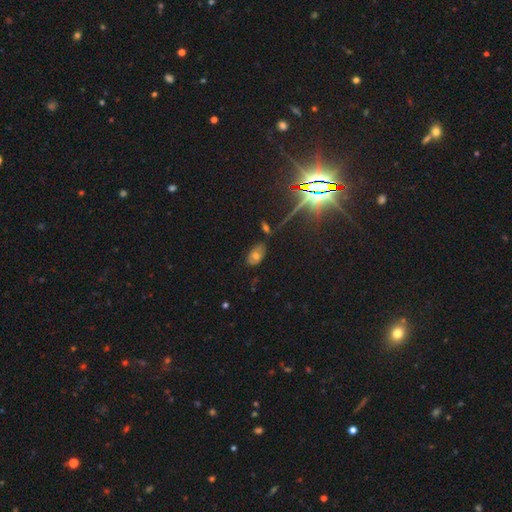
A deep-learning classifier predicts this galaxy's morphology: This is possibly a smooth galaxy (54%). How rounded: clearly in between (90%). Merging: likely none (71%).